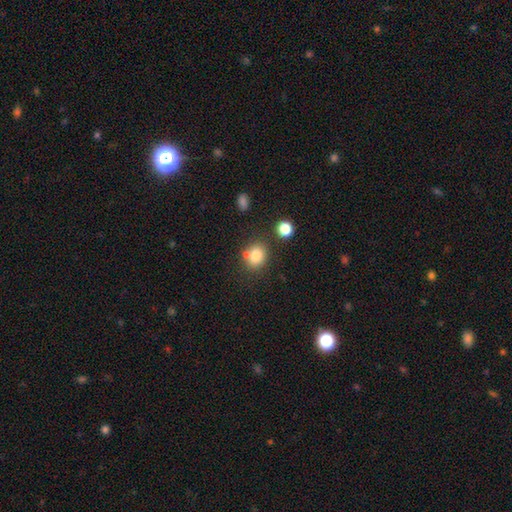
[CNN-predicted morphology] smooth 79%, star or artifact 11%, featured or disk 9%. Down the decision tree: how rounded — round (65%); merging — none (67%).